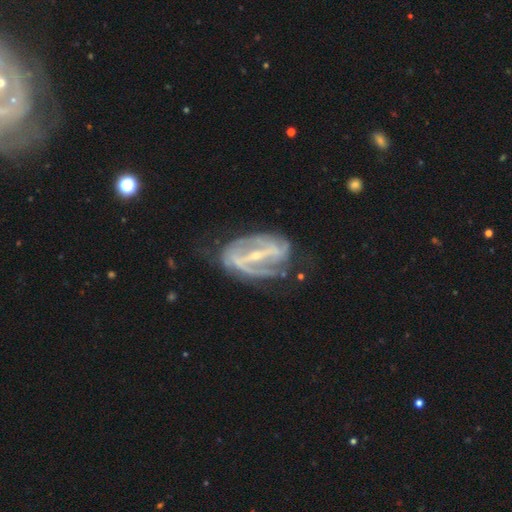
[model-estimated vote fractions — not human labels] This is clearly a featured or disk galaxy (90%). It is clearly not viewed edge-on (94%). Bar: likely strong (79%). Spiral arm pattern: clearly yes (90%). Spiral arm count: likely 2 (74%). Spiral winding: marginally medium (42%). Central bulge: likely small (71%). Merging: likely none (61%).